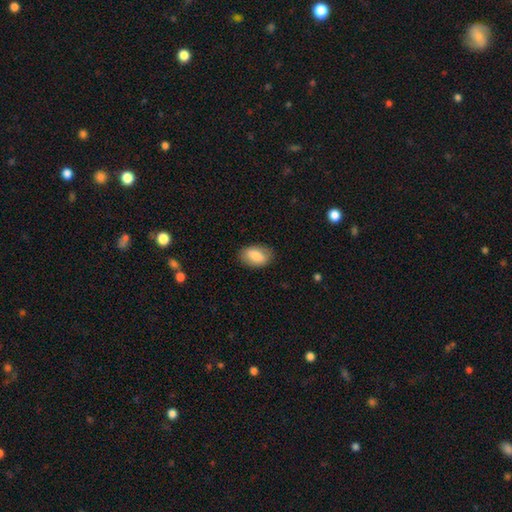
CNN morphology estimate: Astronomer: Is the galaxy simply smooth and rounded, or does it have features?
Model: smooth — 84%.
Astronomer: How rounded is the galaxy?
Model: in between — 91%.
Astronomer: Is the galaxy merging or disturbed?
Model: none — 82%.